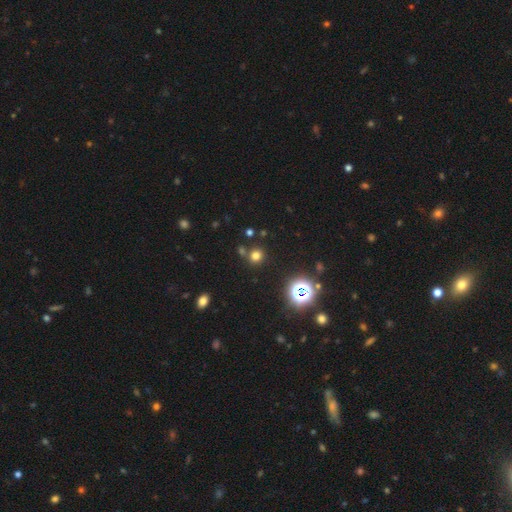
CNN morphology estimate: This is likely a smooth galaxy (70%). How rounded: clearly round (88%). Merging: likely none (78%).